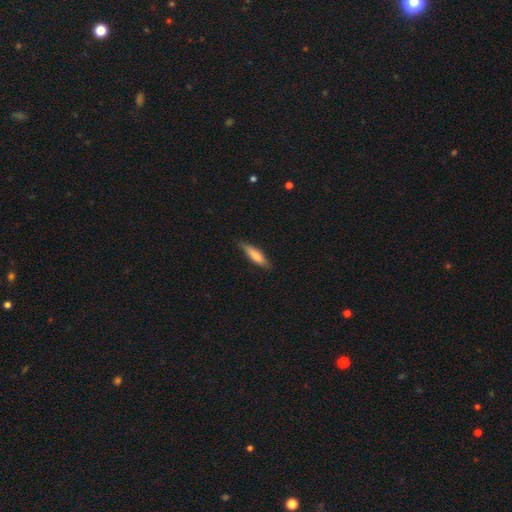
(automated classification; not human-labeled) Smooth or featured: smooth — 74% (featured or disk — 20%)
How rounded: cigar-shaped — 76% (in between — 22%)
Merging: none — 80% (minor disturbance — 16%)